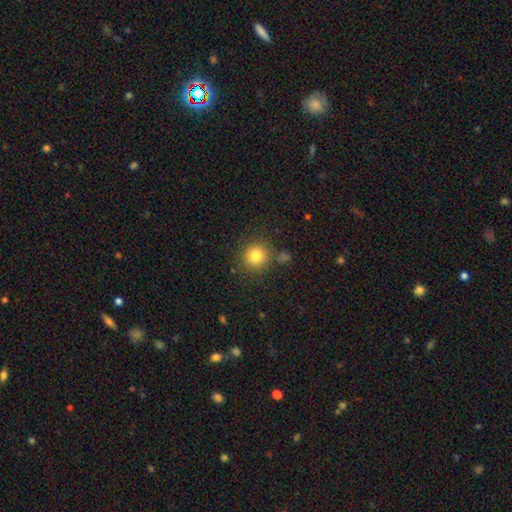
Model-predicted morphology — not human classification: This is clearly a smooth galaxy (83%). How rounded: clearly round (91%). Merging: clearly none (82%).